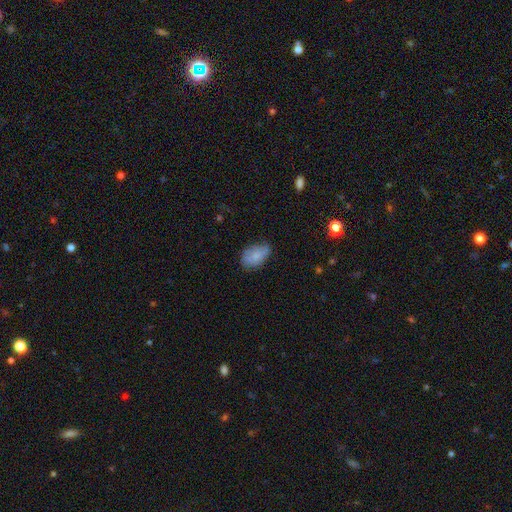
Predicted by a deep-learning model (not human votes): Q: Smooth or featured?
A: smooth (81%); runner-up: featured or disk (12%)
Q: How rounded?
A: in between (92%); runner-up: round (6%)
Q: Merging?
A: none (63%); runner-up: minor disturbance (30%)